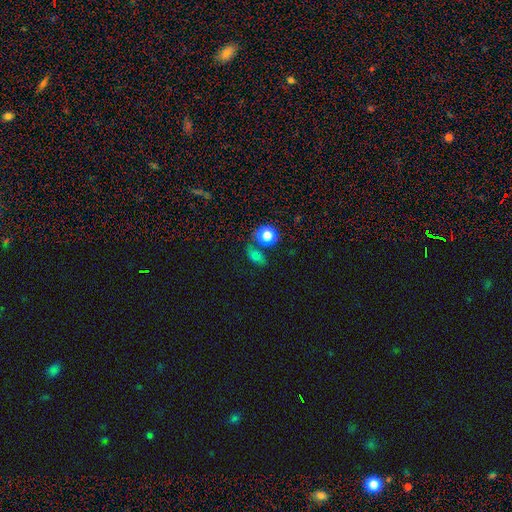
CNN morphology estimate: Smooth or featured? smooth (66%)
How rounded? in between (58%)
Merging? none (54%)